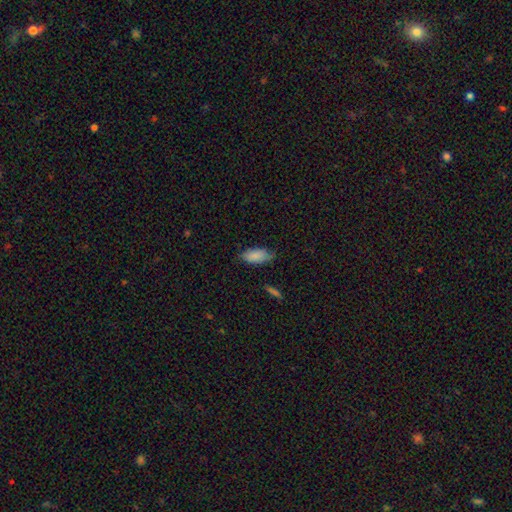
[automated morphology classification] The model was most divided on "merging": none: 67%, minor disturbance: 26%, major disturbance: 5%, merger: 2%. More confident: how rounded — in between (90%); smooth or featured — smooth (85%).